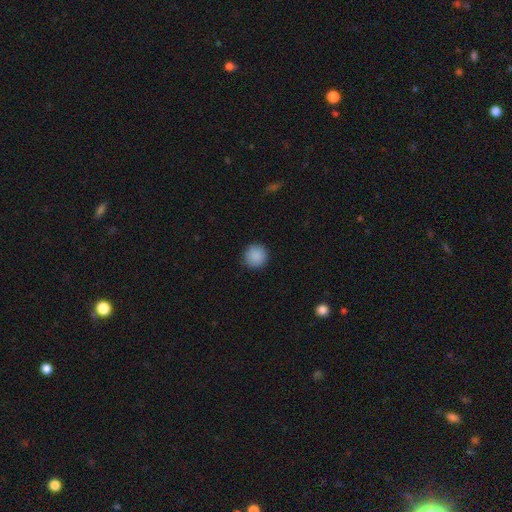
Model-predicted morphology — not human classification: This is clearly a smooth galaxy (90%). How rounded: clearly round (95%). Merging: clearly none (92%).